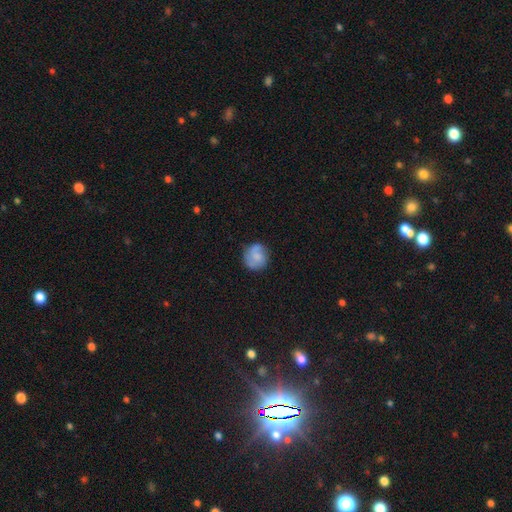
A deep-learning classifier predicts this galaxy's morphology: Overall: smooth (60%; featured or disk 33%). How rounded: round (86%). Merging: none (70%).